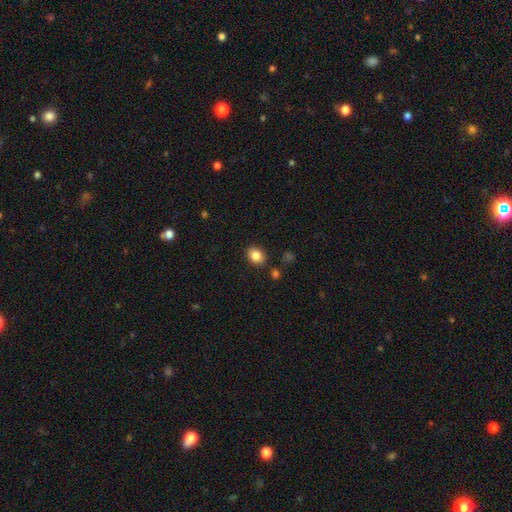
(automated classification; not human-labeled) Overall: smooth (85%). How rounded: in between (61%; round 38%). Merging: none (86%).